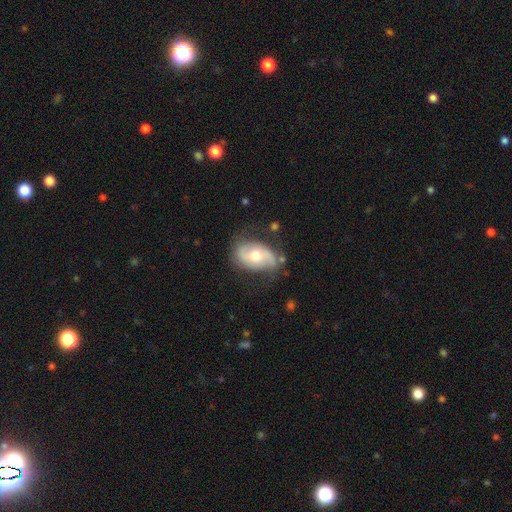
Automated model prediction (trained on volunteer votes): Overall: featured or disk (60%; smooth 33%). Edge-on disk: no (95%). Bar: no (54%; weak 33%). Spiral arms: yes (78%). Bulge size: moderate (72%). Merging: none (65%).